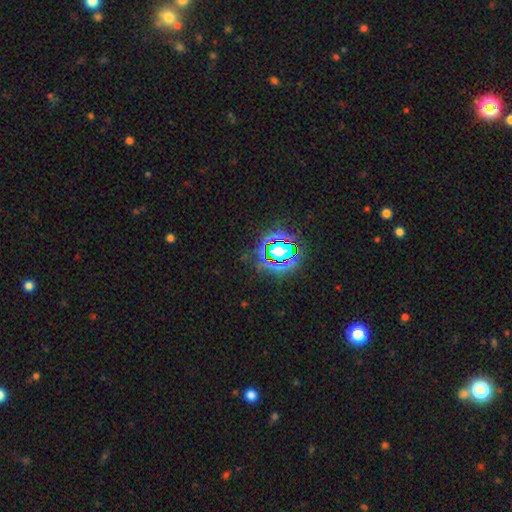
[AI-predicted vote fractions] A star or artifact, not a galaxy (78%).

Vote fractions:
- Smooth or featured? star or artifact: 78% / smooth: 13% / featured or disk: 9%